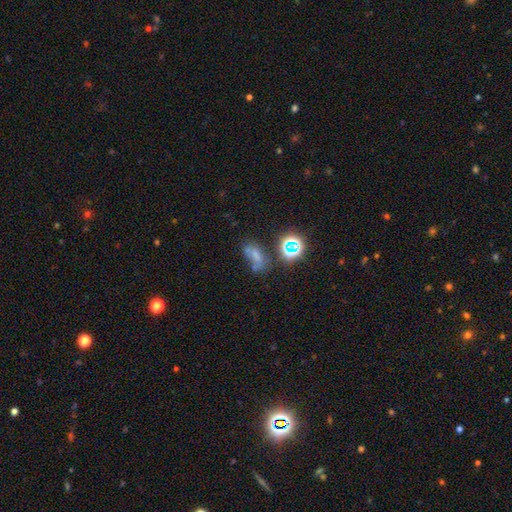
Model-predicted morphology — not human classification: Q: Smooth or featured?
A: smooth (47%); runner-up: star or artifact (31%)
Q: Merging?
A: none (42%); runner-up: merger (22%)